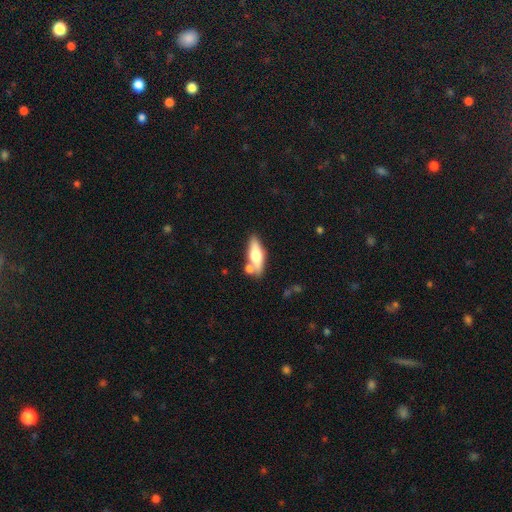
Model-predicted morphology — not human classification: Smooth or featured? smooth (56%)
How rounded? in between (54%)
Merging? none (65%)